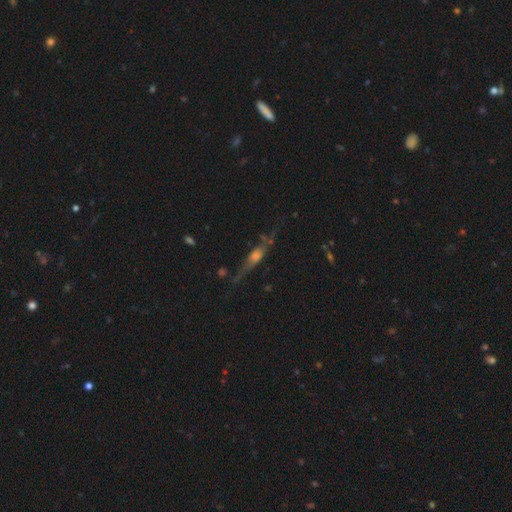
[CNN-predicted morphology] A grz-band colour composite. It shows a featured or disk galaxy (68%) viewed edge-on (89%) with a rounded central bulge (74%). Merging: none (67%).